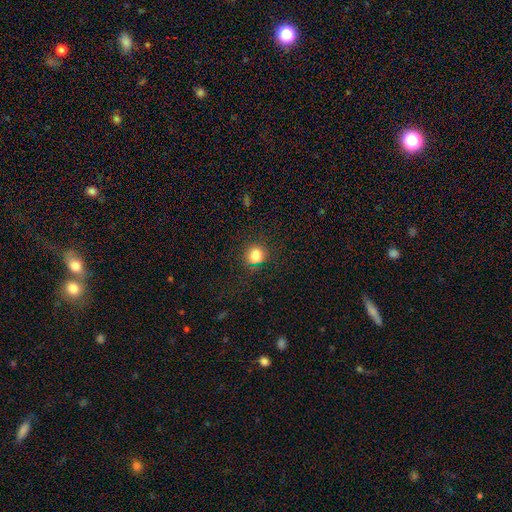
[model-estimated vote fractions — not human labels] This is clearly a smooth galaxy (83%). How rounded: likely round (80%). Merging: clearly none (85%).